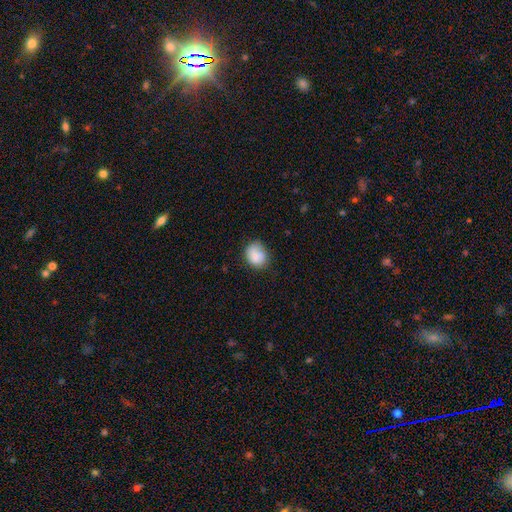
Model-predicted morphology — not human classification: smooth-or-featured: smooth: 77% | featured or disk: 15% | star or artifact: 8%
  how-rounded: round: 53% | in between: 46% | cigar-shaped: 1%
  merging: none: 59% | minor disturbance: 27% | major disturbance: 7% | merger: 7%